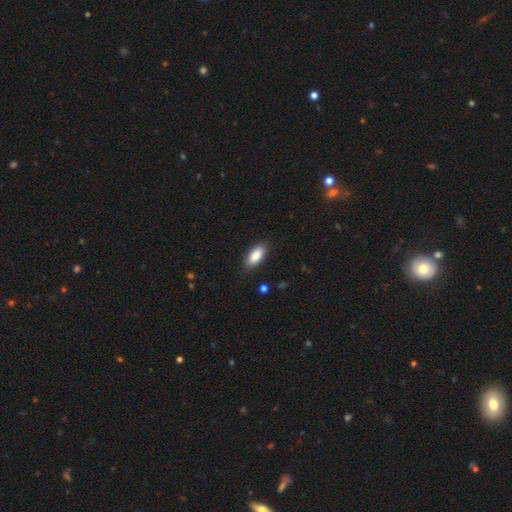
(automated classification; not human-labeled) Q: Smooth or featured?
A: smooth (86%); runner-up: featured or disk (8%)
Q: How rounded?
A: in between (86%); runner-up: cigar-shaped (12%)
Q: Merging?
A: none (86%); runner-up: minor disturbance (10%)